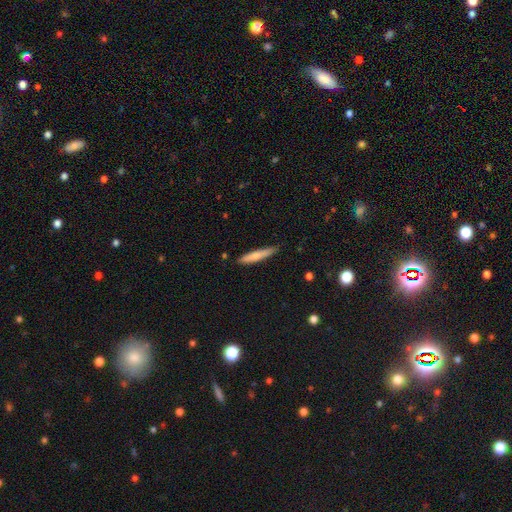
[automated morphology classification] Overall: smooth (73%). How rounded: cigar-shaped (91%). Merging: none (81%).